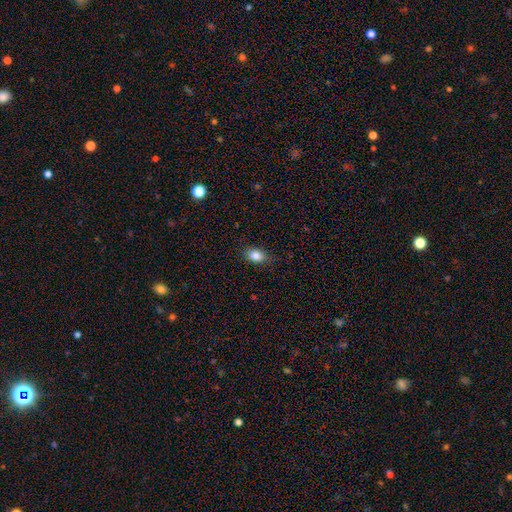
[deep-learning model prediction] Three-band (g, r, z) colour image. It shows a smooth galaxy with no disk features (84%) that is in between round and cigar-shaped (76%). Merging: none (80%).